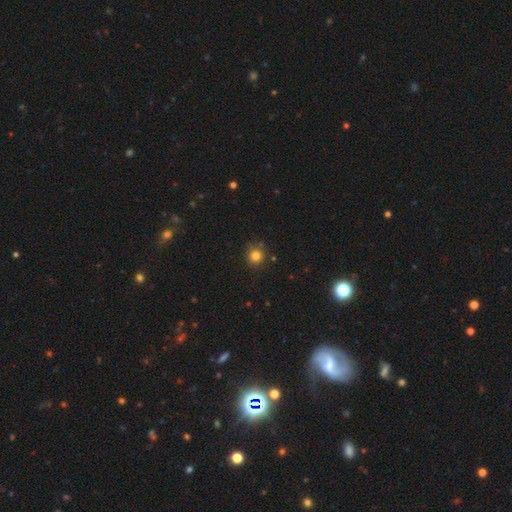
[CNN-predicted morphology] Smooth or featured? Predicted: smooth (p=0.81). How rounded? Predicted: round (p=0.91). Merging? Predicted: none (p=0.84).